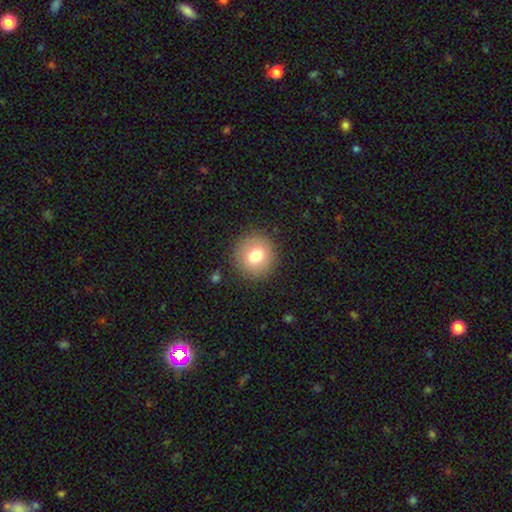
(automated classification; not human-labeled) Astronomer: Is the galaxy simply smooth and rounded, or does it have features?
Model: smooth — 76%.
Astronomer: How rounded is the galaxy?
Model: round — 91%.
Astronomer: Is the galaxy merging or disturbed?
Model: none — 88%.